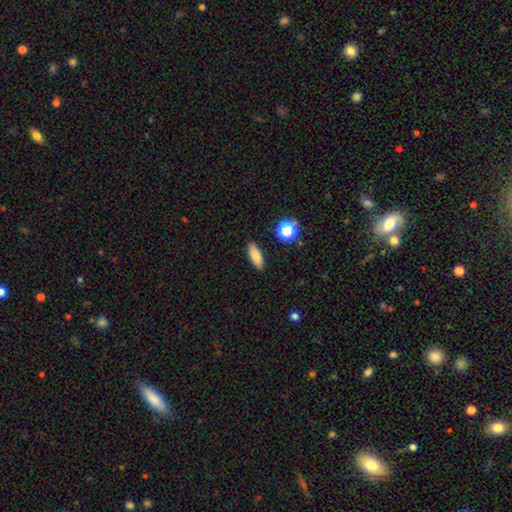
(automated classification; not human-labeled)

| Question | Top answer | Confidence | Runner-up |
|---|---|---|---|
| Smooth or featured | smooth | 82% | star or artifact (9%) |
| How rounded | in between | 67% | cigar-shaped (29%) |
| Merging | none | 88% | minor disturbance (8%) |